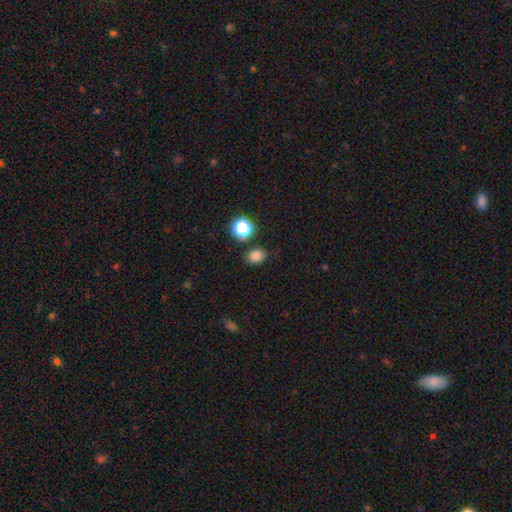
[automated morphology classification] This is clearly a smooth galaxy (81%). How rounded: possibly in between (50%). Merging: likely none (78%).